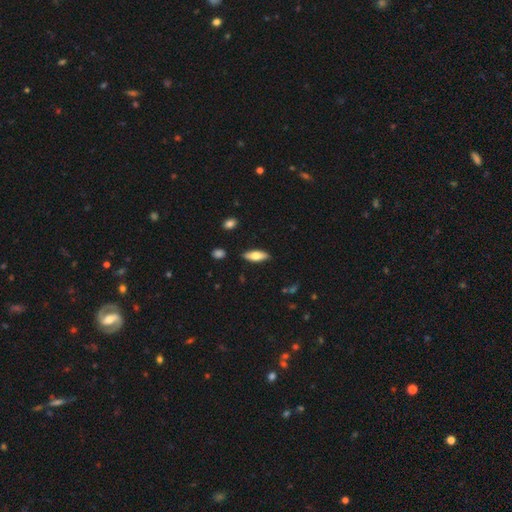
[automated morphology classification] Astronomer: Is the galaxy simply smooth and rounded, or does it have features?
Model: smooth — 63%.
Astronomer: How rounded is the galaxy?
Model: in between — 66%.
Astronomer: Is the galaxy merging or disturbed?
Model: none — 87%.